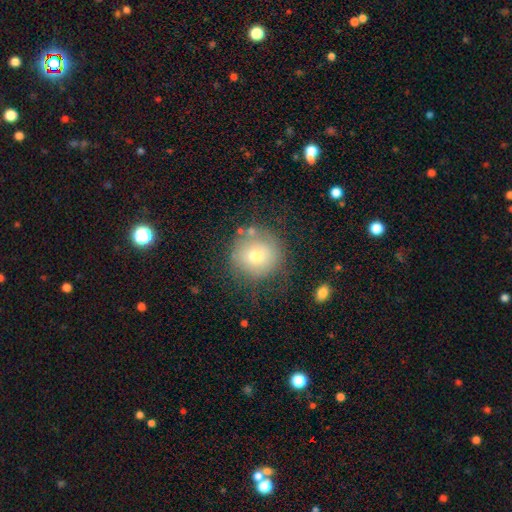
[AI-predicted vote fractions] Overall: smooth (67%). How rounded: round (94%). Merging: none (71%).